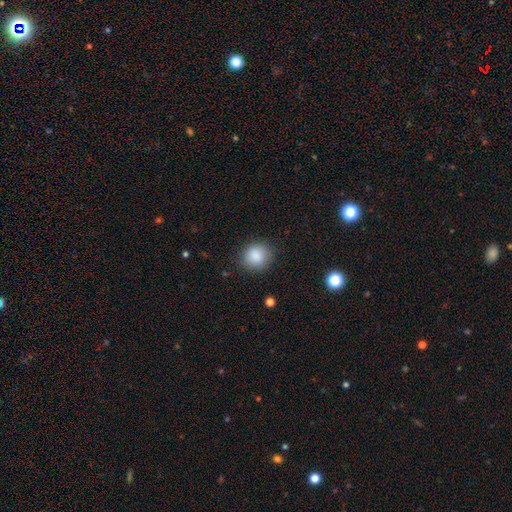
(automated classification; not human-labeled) Q: Smooth or featured?
A: smooth (87%); runner-up: star or artifact (9%)
Q: How rounded?
A: round (83%); runner-up: in between (16%)
Q: Merging?
A: none (85%); runner-up: minor disturbance (11%)